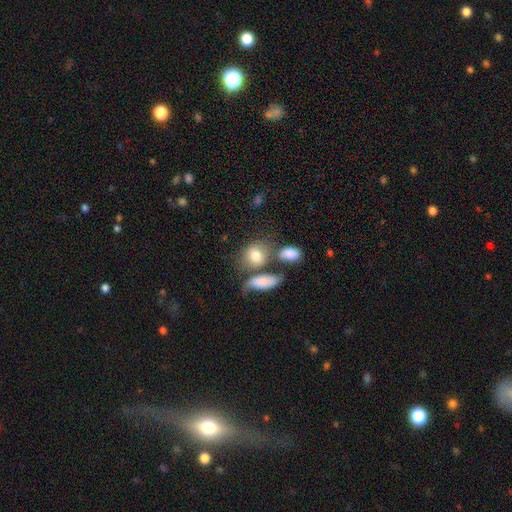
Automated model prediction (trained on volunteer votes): smooth_or_featured: smooth (p=0.75) [alt: featured or disk p=0.17]
how_rounded: in between (p=0.60) [alt: round p=0.37]
merging: none (p=0.43) [alt: merger p=0.29]